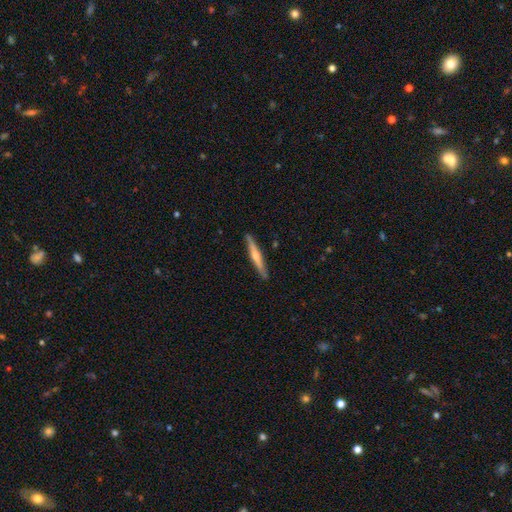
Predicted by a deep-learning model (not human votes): Morphology: type=featured or disk (54%); edge-on=yes (97%); edge-on bulge=rounded (70%); merging=none (89%).